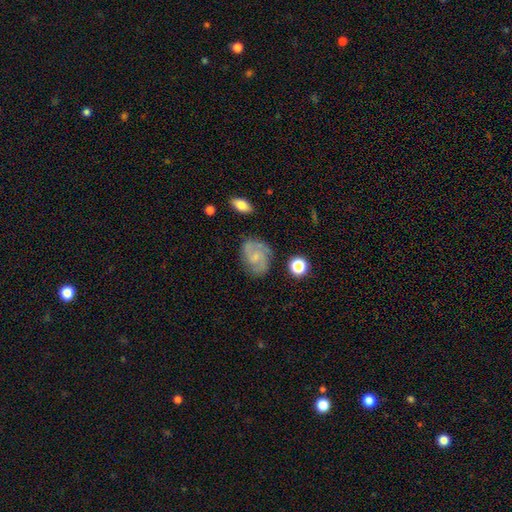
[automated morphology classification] featured or disk 77%, smooth 16%, star or artifact 7%. Down the decision tree: edge-on disk — no (98%); bar — no (60%); spiral arms — yes (96%); spiral arm count — 2 (72%); spiral winding — medium (50%); bulge size — small (62%); merging — none (76%).